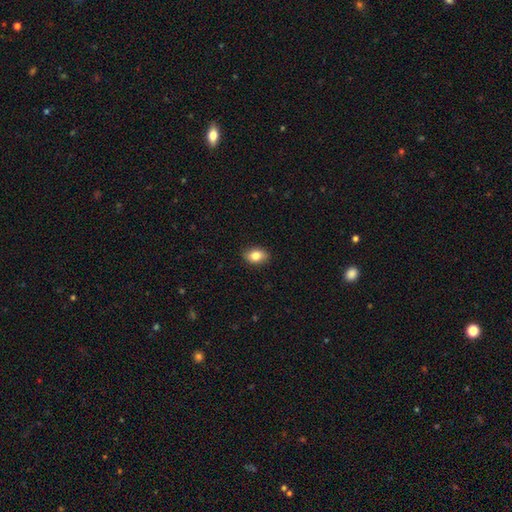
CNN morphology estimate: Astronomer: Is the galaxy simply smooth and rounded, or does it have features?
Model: smooth — 82%.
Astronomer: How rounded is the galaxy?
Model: in between — 80%.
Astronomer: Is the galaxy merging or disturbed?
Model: none — 88%.